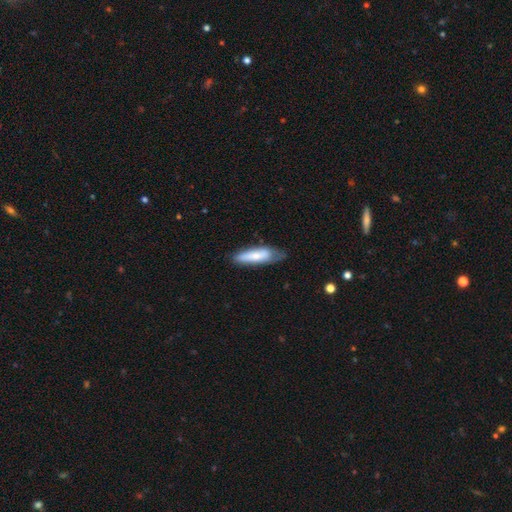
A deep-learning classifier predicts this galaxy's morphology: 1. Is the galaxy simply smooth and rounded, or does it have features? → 72% smooth, 21% featured or disk, 6% star or artifact.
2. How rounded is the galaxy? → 59% cigar-shaped, 40% in between, 1% round.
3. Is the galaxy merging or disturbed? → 56% none, 32% minor disturbance, 9% major disturbance, 2% merger.